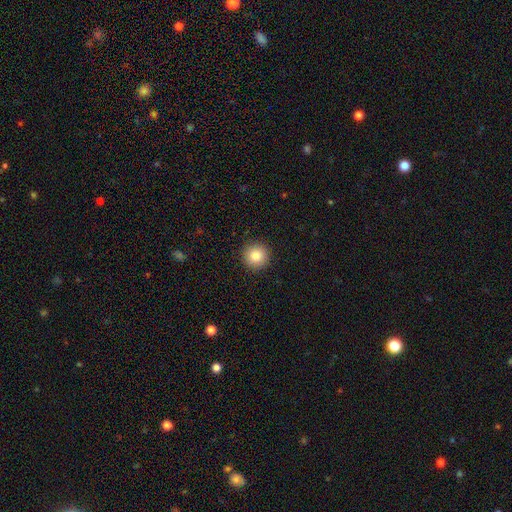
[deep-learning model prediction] Q: Smooth or featured?
A: smooth (85%); runner-up: star or artifact (9%)
Q: How rounded?
A: round (95%); runner-up: in between (4%)
Q: Merging?
A: none (92%); runner-up: minor disturbance (5%)